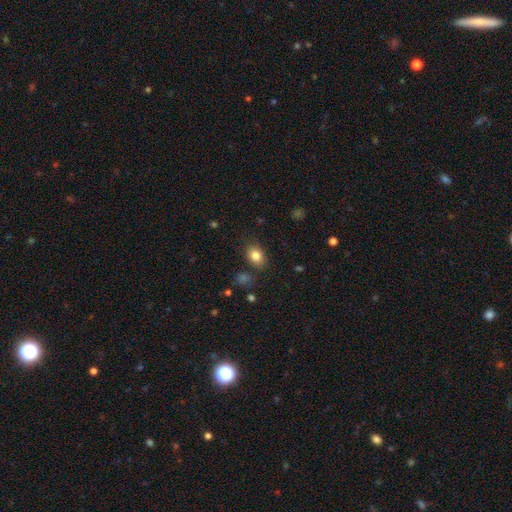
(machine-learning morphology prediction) smooth 83%, star or artifact 10%, featured or disk 7%. Down the decision tree: how rounded — in between (71%); merging — none (82%).